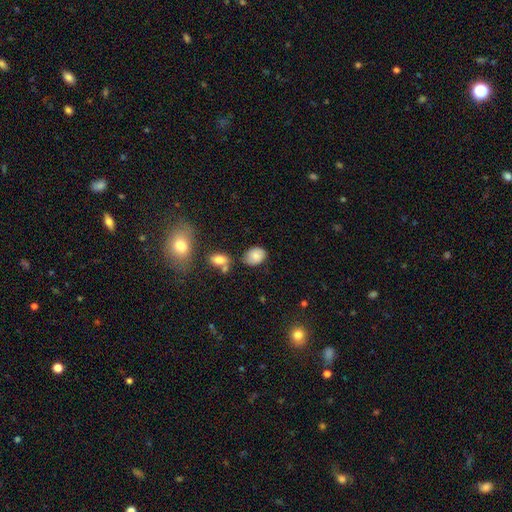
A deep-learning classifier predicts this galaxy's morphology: type=smooth (81%); roundness=in between (72%); merging=none (72%).